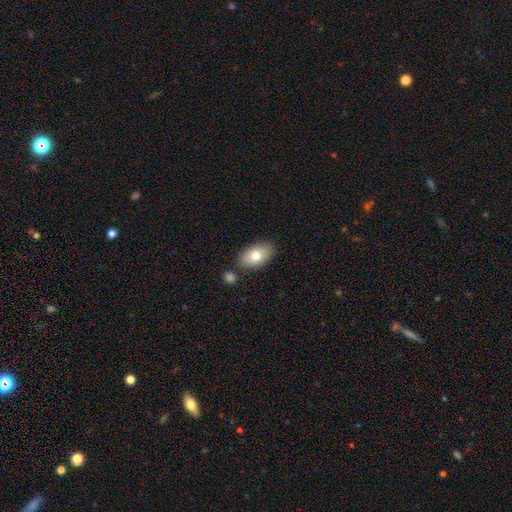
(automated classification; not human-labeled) Overall: smooth (75%). How rounded: in between (92%). Merging: none (77%).